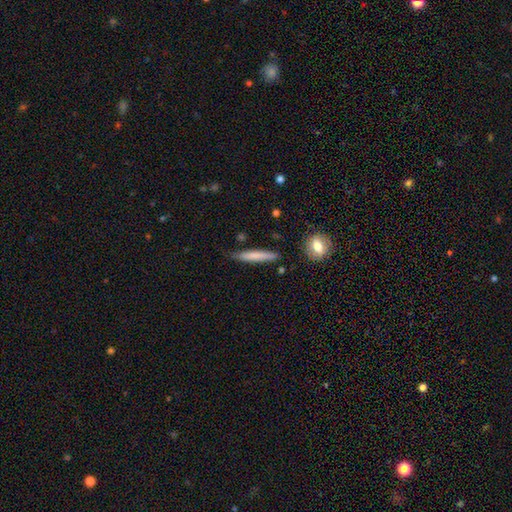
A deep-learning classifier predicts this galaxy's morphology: This is likely a smooth galaxy (71%). How rounded: clearly cigar-shaped (93%). Merging: clearly none (81%).